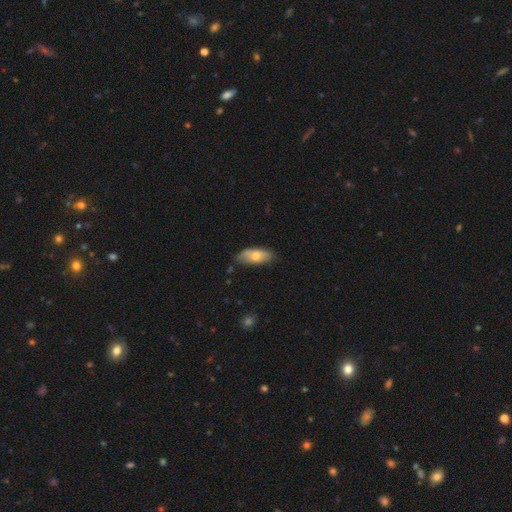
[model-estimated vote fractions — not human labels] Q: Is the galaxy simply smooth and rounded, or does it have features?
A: smooth — 69%.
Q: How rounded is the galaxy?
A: in between — 83%.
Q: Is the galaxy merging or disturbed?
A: none — 73%.